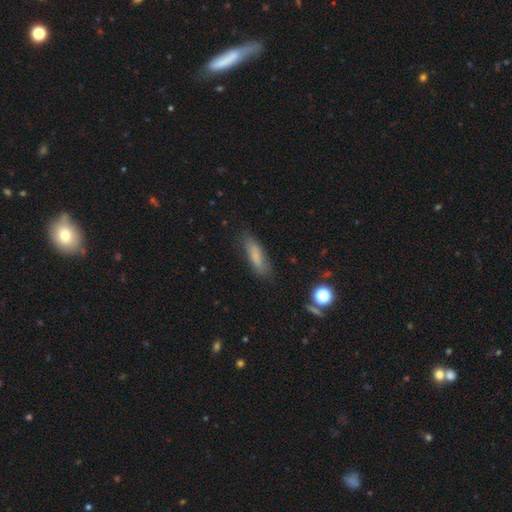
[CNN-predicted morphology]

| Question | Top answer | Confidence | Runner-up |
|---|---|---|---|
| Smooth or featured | smooth | 76% | featured or disk (14%) |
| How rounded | cigar-shaped | 58% | in between (39%) |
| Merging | none | 78% | minor disturbance (16%) |